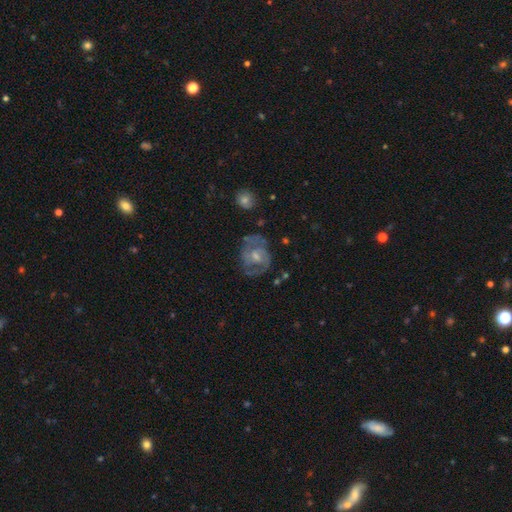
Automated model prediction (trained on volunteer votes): Q: Smooth or featured?
A: featured or disk (75%); runner-up: smooth (16%)
Q: Edge-on disk?
A: no (97%); runner-up: yes (3%)
Q: Bar?
A: no (53%); runner-up: weak (38%)
Q: Spiral arms?
A: yes (80%); runner-up: no (20%)
Q: Spiral winding?
A: tight (47%); runner-up: medium (41%)
Q: Spiral arm count?
A: 2 (55%); runner-up: can't tell (26%)
Q: Bulge size?
A: moderate (49%); runner-up: small (42%)
Q: Merging?
A: none (71%); runner-up: minor disturbance (18%)